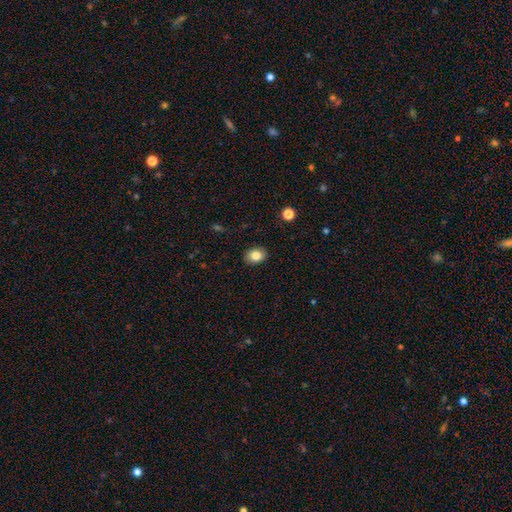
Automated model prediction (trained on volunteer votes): A smooth galaxy with no disk features (83%) that is in between round and cigar-shaped (60%). Merging: none (88%).